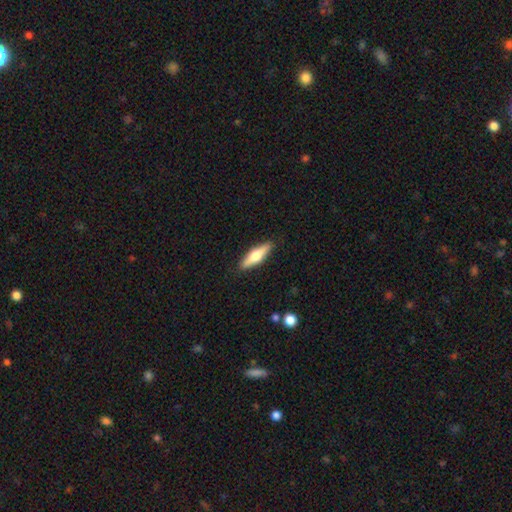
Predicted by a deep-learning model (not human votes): Smooth or featured? Predicted: smooth (p=0.48). Merging? Predicted: none (p=0.89).